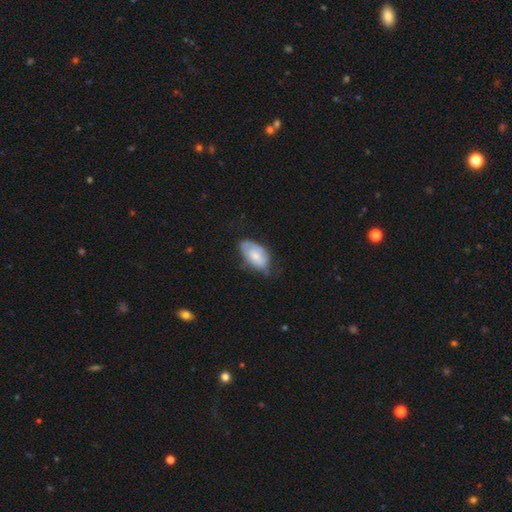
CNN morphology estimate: smooth_or_featured: smooth (p=0.57) [alt: featured or disk p=0.37]
how_rounded: in between (p=0.93) [alt: round p=0.04]
merging: none (p=0.52) [alt: minor disturbance p=0.35]